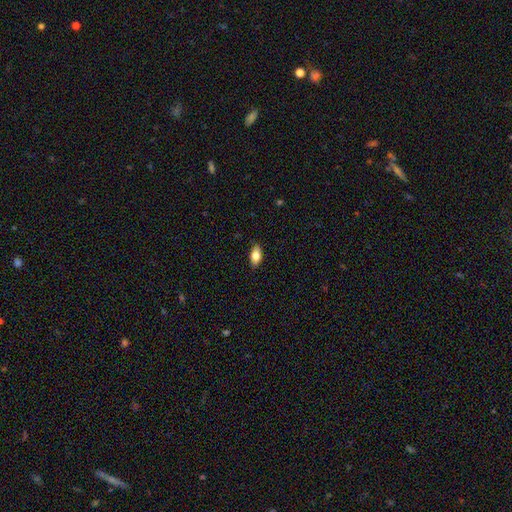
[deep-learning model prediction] The model was most divided on "smooth or featured": smooth: 78%, featured or disk: 15%, star or artifact: 7%. More confident: how rounded — in between (89%); merging — none (86%).